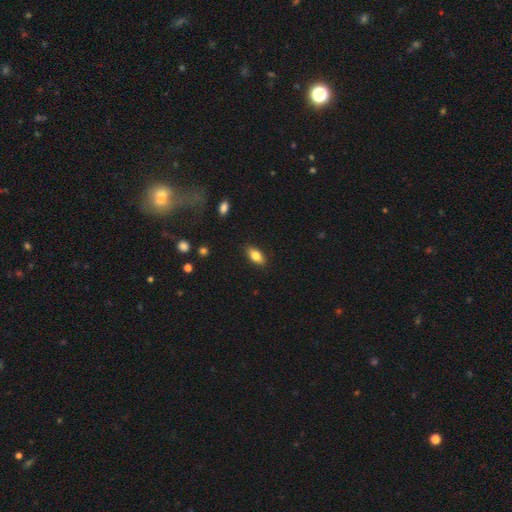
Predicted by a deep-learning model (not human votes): Q: Smooth or featured?
A: smooth (79%); runner-up: featured or disk (14%)
Q: How rounded?
A: in between (87%); runner-up: cigar-shaped (9%)
Q: Merging?
A: none (87%); runner-up: minor disturbance (10%)